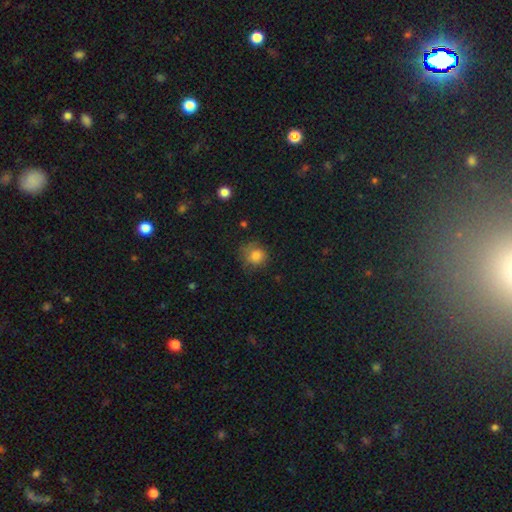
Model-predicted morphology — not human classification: smooth 80%, star or artifact 11%, featured or disk 8%. Down the decision tree: how rounded — round (83%); merging — none (63%).